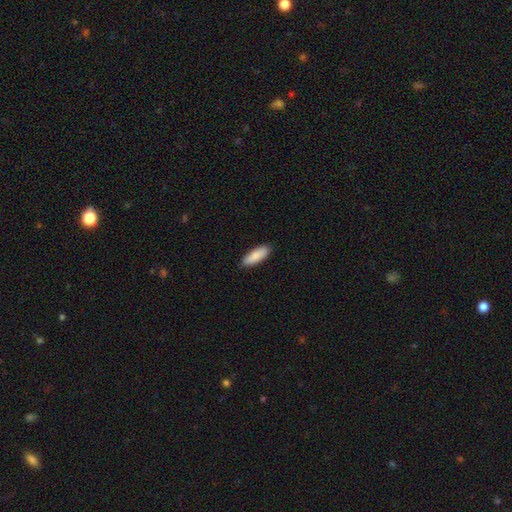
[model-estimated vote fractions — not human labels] This is clearly a smooth galaxy (87%). How rounded: likely in between (65%). Merging: clearly none (88%).